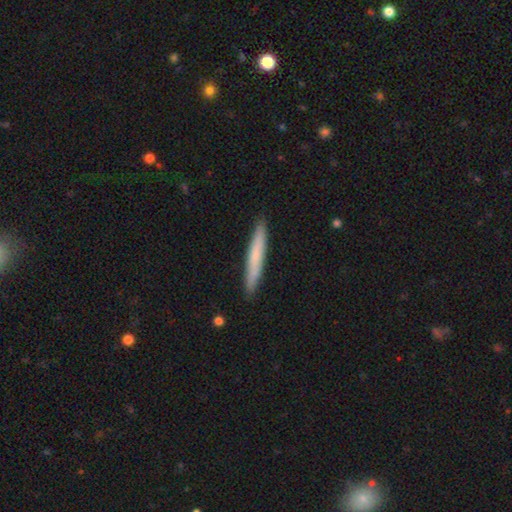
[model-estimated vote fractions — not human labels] Smooth or featured? Predicted: smooth (p=0.68). How rounded? Predicted: cigar-shaped (p=0.96). Merging? Predicted: none (p=0.91).